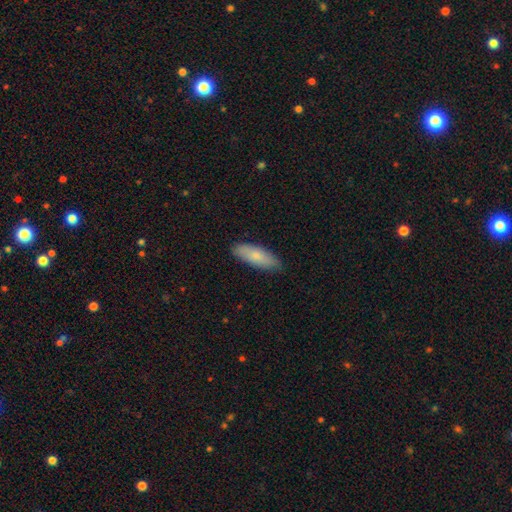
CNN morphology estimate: Smooth or featured? Predicted: smooth (p=0.80). How rounded? Predicted: in between (p=0.63). Merging? Predicted: none (p=0.85).